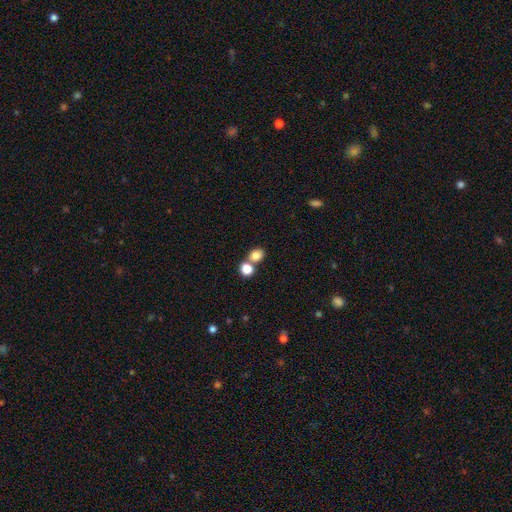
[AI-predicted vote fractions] Smooth or featured?
  - smooth: 81% *
  - star or artifact: 12%
  - featured or disk: 7%
How rounded?
  - round: 58% *
  - in between: 41%
  - cigar-shaped: 1%
Merging?
  - none: 51% *
  - merger: 39%
  - minor disturbance: 7%
  - major disturbance: 3%